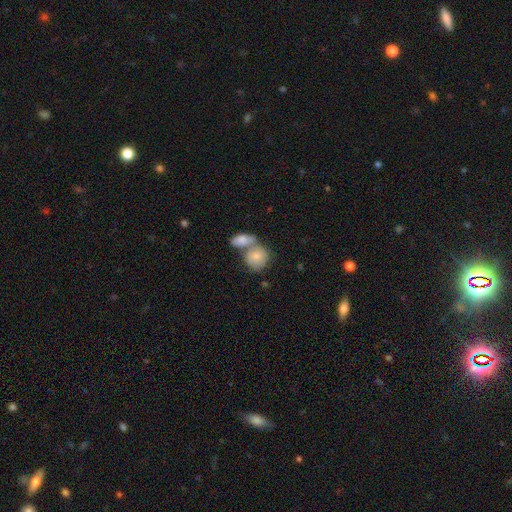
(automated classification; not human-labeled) Smooth or featured? smooth (77%)
How rounded? round (60%)
Merging? merger (55%)